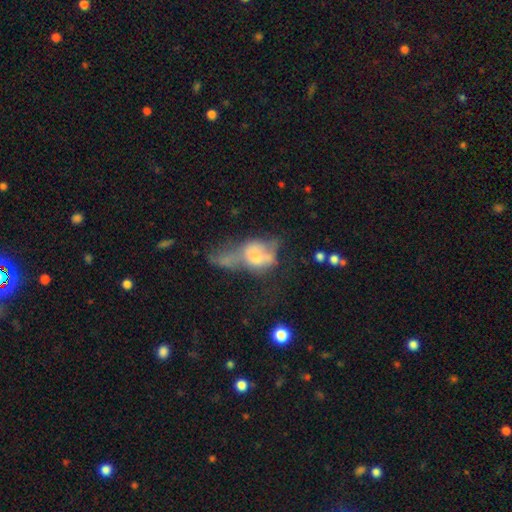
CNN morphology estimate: Smooth or featured? Predicted: smooth (p=0.48). Merging? Predicted: merger (p=0.40).